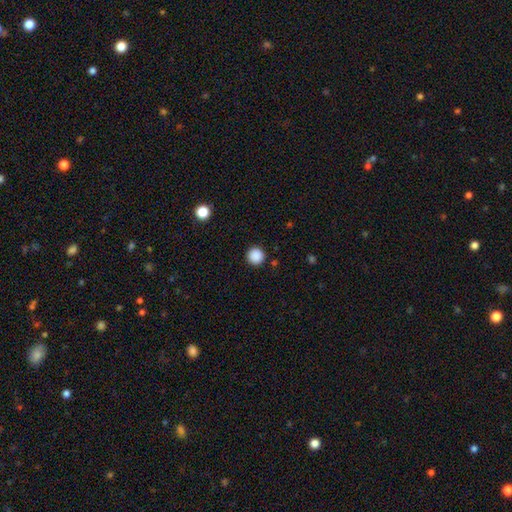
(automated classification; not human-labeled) smooth 88%, star or artifact 10%, featured or disk 2%. Down the decision tree: how rounded — round (96%); merging — none (92%).